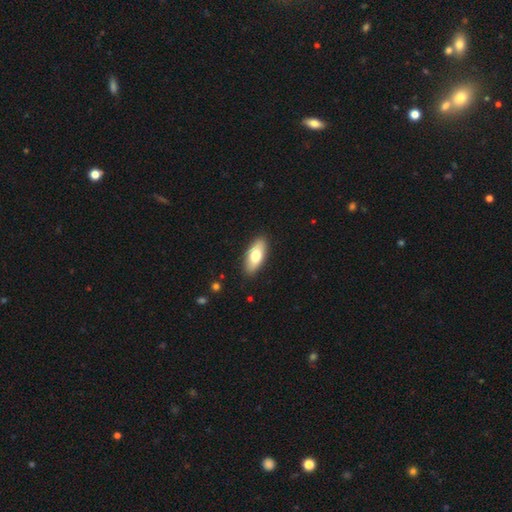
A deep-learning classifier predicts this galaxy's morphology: Smooth or featured? smooth (74%)
How rounded? in between (83%)
Merging? none (89%)